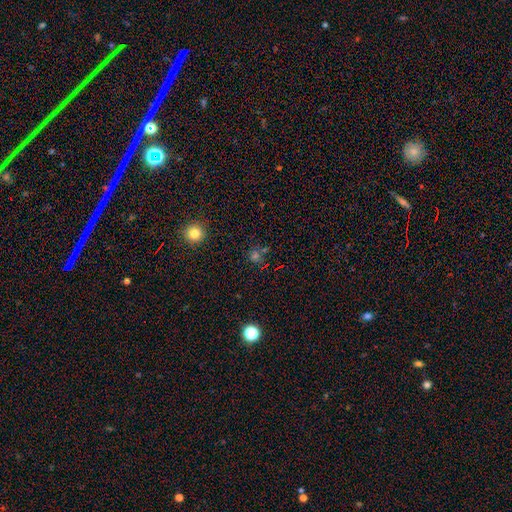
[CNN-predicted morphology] Overall: smooth (51%; star or artifact 41%). How rounded: round (91%). Merging: none (76%).